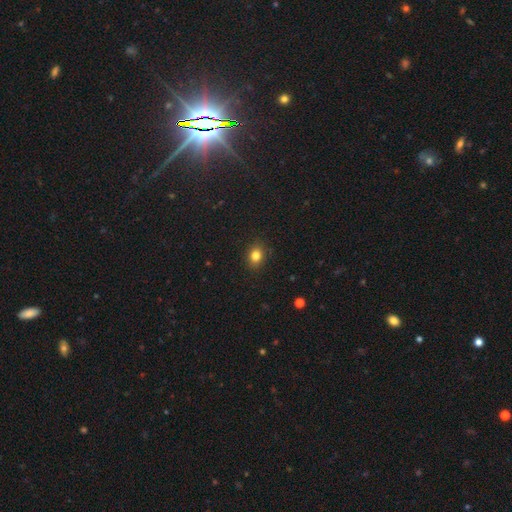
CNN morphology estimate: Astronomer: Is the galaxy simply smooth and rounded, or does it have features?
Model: smooth — 82%.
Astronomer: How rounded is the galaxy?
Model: round — 52% (runner-up: in between, 47%).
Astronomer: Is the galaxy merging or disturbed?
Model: none — 89%.